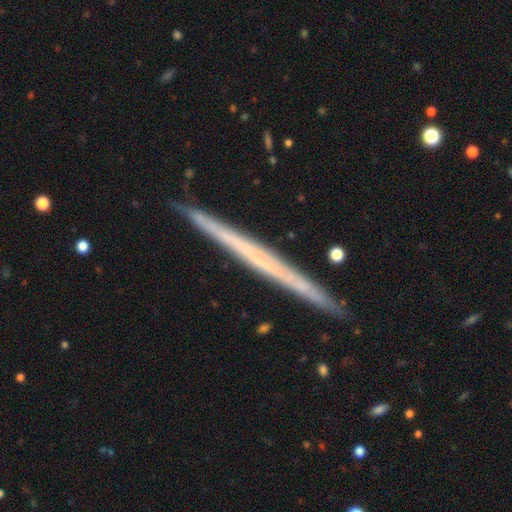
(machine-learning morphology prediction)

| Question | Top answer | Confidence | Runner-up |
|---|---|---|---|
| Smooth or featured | featured or disk | 63% | smooth (31%) |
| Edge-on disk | yes | 97% | no (3%) |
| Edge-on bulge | none | 92% | rounded (5%) |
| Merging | none | 91% | minor disturbance (7%) |